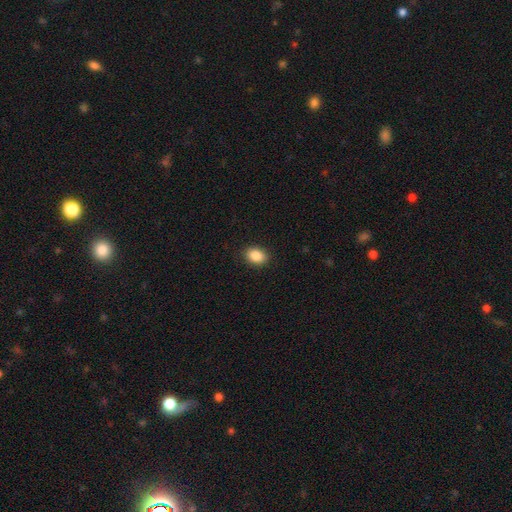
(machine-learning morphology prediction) Q: Smooth or featured?
A: smooth (88%); runner-up: star or artifact (8%)
Q: How rounded?
A: in between (74%); runner-up: round (25%)
Q: Merging?
A: none (90%); runner-up: minor disturbance (7%)